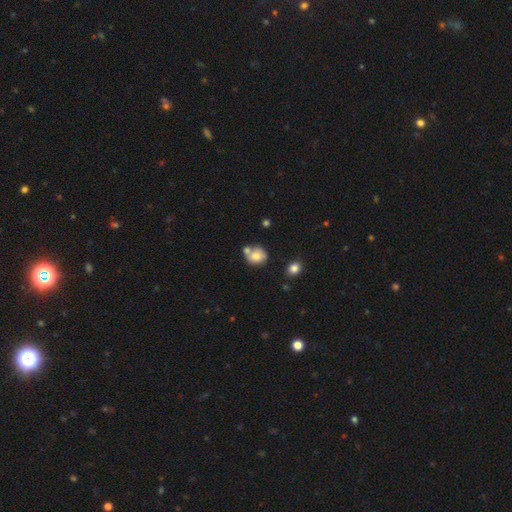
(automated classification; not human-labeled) A smooth galaxy with no disk features (74%) that is round (69%). Merging: none (44%).